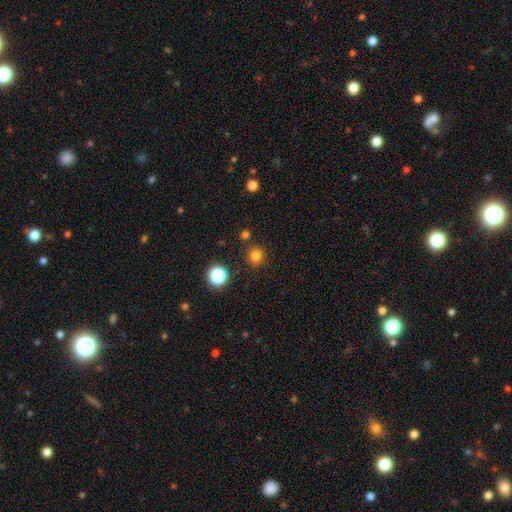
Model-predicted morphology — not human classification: Smooth or featured? Predicted: smooth (p=0.78). How rounded? Predicted: round (p=0.92). Merging? Predicted: none (p=0.86).